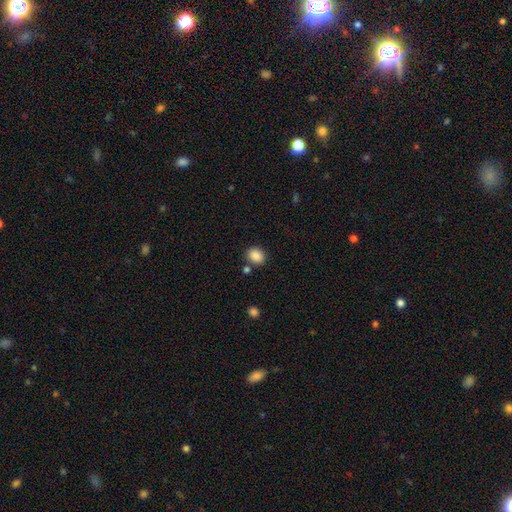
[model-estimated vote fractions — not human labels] The model was most divided on "how rounded": in between: 50%, round: 49%, cigar-shaped: 1%. More confident: smooth or featured — smooth (88%); merging — none (78%).